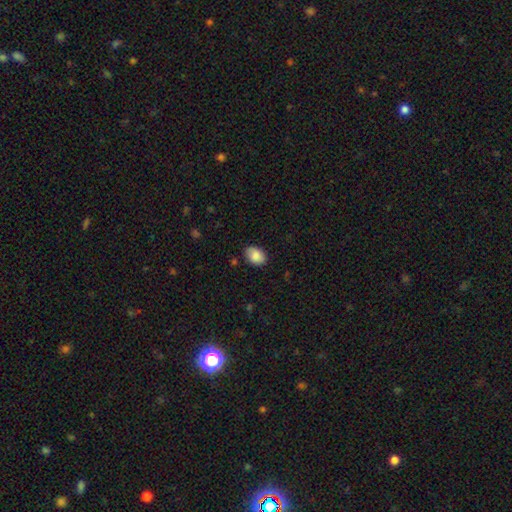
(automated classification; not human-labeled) This appears to be a smooth galaxy with no disk features (85%) that is in between round and cigar-shaped (79%). Merging: none (81%).